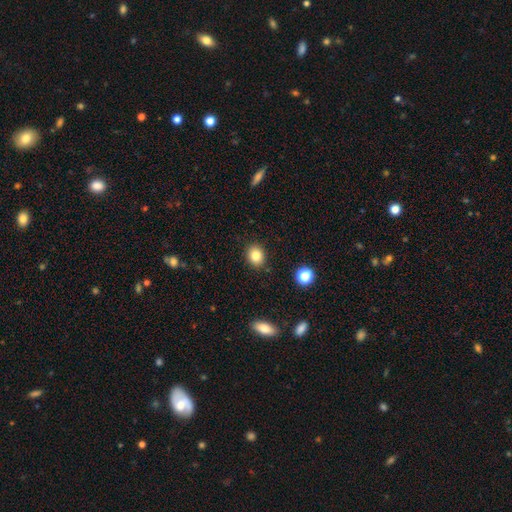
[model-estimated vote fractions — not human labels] This appears to be a smooth galaxy with no disk features (84%) that is round (64%). Merging: none (88%).